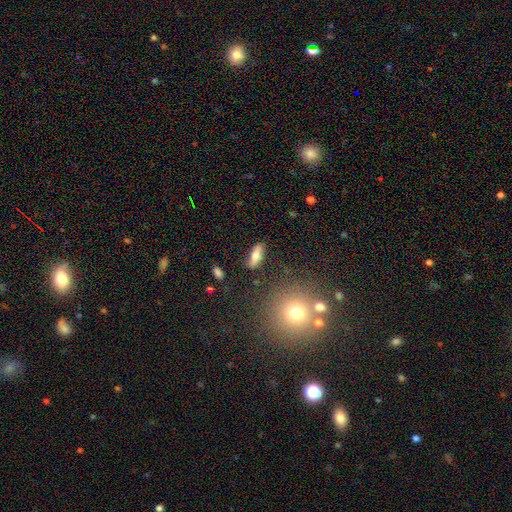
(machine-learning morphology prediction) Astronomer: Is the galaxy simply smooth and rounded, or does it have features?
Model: smooth — 63%.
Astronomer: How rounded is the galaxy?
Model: in between — 57% (runner-up: cigar-shaped, 39%).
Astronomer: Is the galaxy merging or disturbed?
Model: none — 83%.